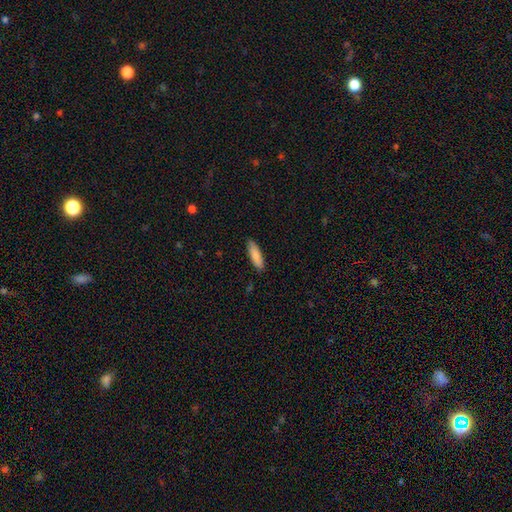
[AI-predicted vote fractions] Smooth or featured? Predicted: smooth (p=0.87). How rounded? Predicted: cigar-shaped (p=0.58). Merging? Predicted: none (p=0.88).